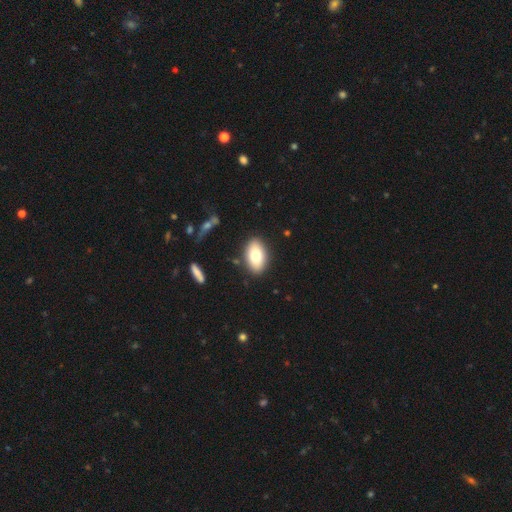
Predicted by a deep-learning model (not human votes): Q: Smooth or featured?
A: smooth (76%); runner-up: featured or disk (16%)
Q: How rounded?
A: in between (92%); runner-up: round (6%)
Q: Merging?
A: none (87%); runner-up: minor disturbance (9%)